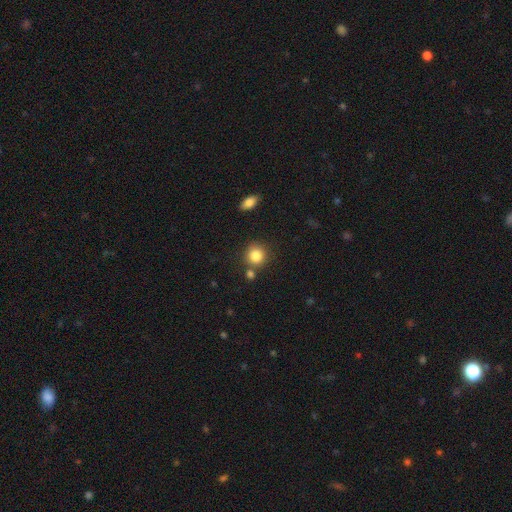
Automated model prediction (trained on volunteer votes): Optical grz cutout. It shows a smooth galaxy with no disk features (84%) that is round (88%). Merging: none (75%).